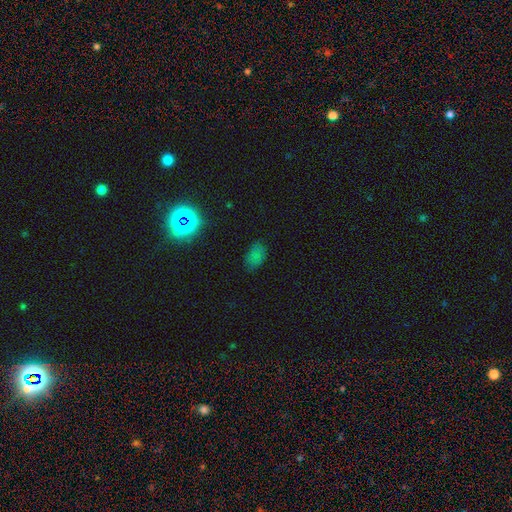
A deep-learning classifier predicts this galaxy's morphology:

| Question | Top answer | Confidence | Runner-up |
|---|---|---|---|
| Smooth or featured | smooth | 72% | star or artifact (21%) |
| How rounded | in between | 89% | round (9%) |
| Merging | none | 74% | minor disturbance (19%) |